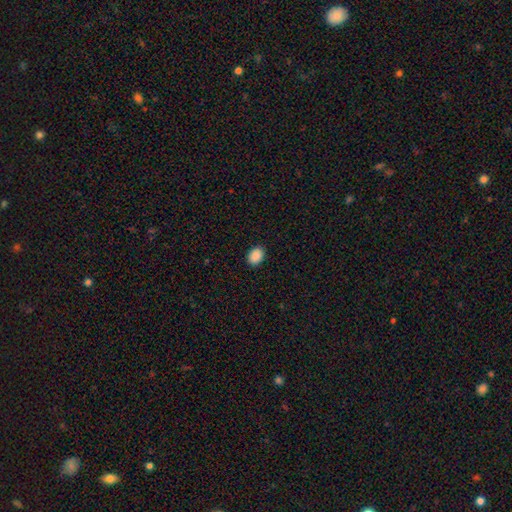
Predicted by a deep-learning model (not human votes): Smooth or featured?
  - smooth: 90% *
  - star or artifact: 8%
  - featured or disk: 2%
How rounded?
  - in between: 70% *
  - round: 29%
  - cigar-shaped: 1%
Merging?
  - none: 90% *
  - minor disturbance: 8%
  - major disturbance: 2%
  - merger: 1%